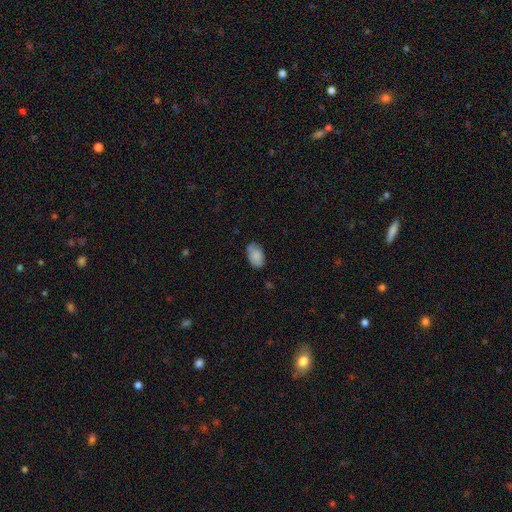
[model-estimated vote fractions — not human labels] The model was most divided on "merging": none: 74%, minor disturbance: 21%, major disturbance: 4%, merger: 2%. More confident: how rounded — in between (91%); smooth or featured — smooth (84%).